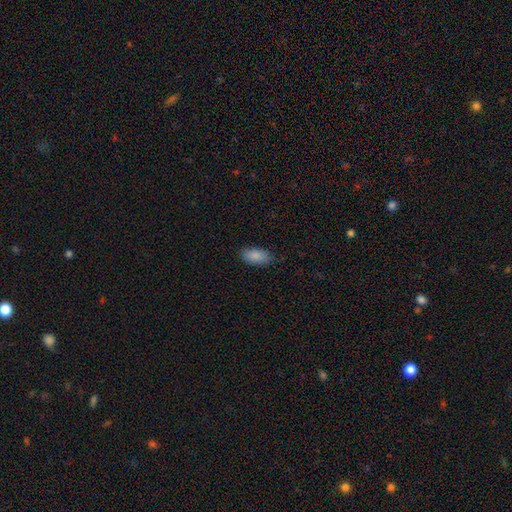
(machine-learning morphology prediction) Smooth or featured? smooth (88%)
How rounded? in between (92%)
Merging? none (82%)